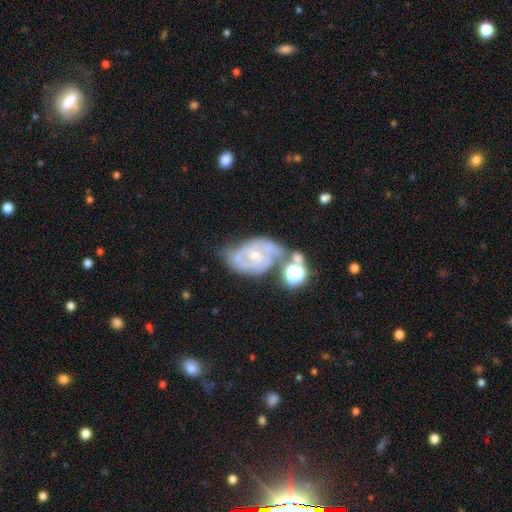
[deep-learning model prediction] Smooth or featured? Predicted: featured or disk (p=0.76). Edge-on disk? Predicted: no (p=0.96). Bar? Predicted: no (p=0.70). Spiral arms? Predicted: yes (p=0.82). Spiral winding? Predicted: tight (p=0.47). Spiral arm count? Predicted: 2 (p=0.52). Bulge size? Predicted: small (p=0.66). Merging? Predicted: none (p=0.37).